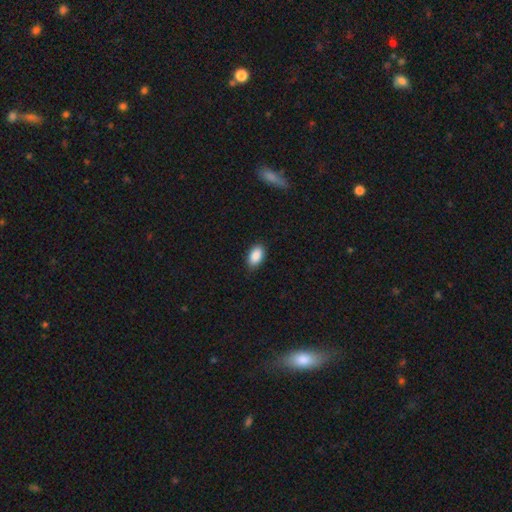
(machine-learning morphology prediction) smooth_or_featured: smooth (p=0.89) [alt: star or artifact p=0.07]
how_rounded: in between (p=0.93) [alt: round p=0.05]
merging: none (p=0.85) [alt: minor disturbance p=0.12]